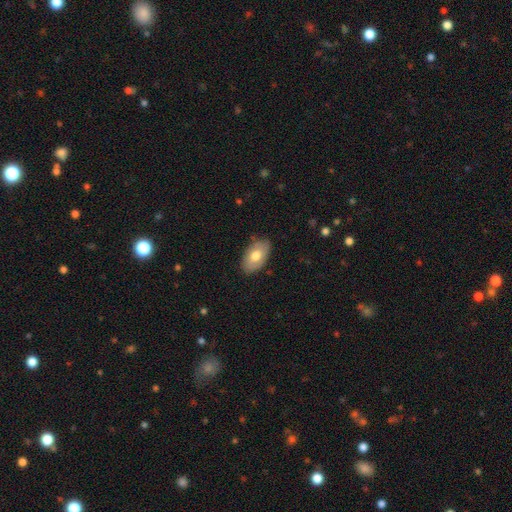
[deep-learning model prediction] Overall: smooth (66%; featured or disk 28%). How rounded: in between (94%). Merging: none (82%).